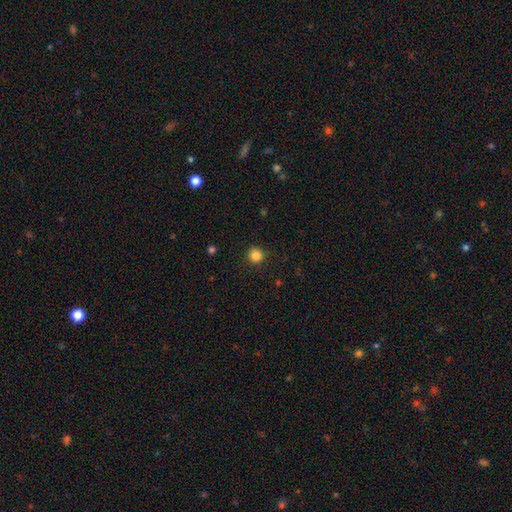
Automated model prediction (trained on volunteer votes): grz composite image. It shows a smooth galaxy with no disk features (85%) that is round (94%). Merging: none (91%).